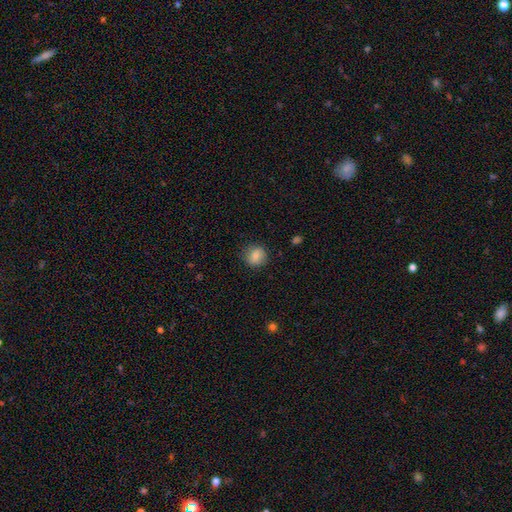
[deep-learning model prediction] A smooth galaxy with no disk features (84%) that is round (82%).

Vote fractions:
- Smooth or featured? smooth: 84% / star or artifact: 9% / featured or disk: 7%
- How rounded? round: 82% / in between: 17% / cigar-shaped: 1%
- Merging? none: 83% / minor disturbance: 12% / major disturbance: 3% / merger: 1%